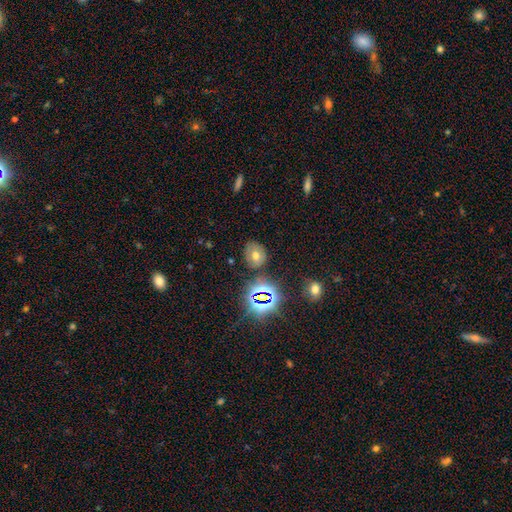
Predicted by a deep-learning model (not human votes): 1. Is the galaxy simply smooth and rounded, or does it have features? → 56% smooth, 24% star or artifact, 20% featured or disk.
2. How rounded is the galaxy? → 59% round, 40% in between, 1% cigar-shaped.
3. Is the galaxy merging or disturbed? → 77% none, 14% minor disturbance, 5% major disturbance, 4% merger.